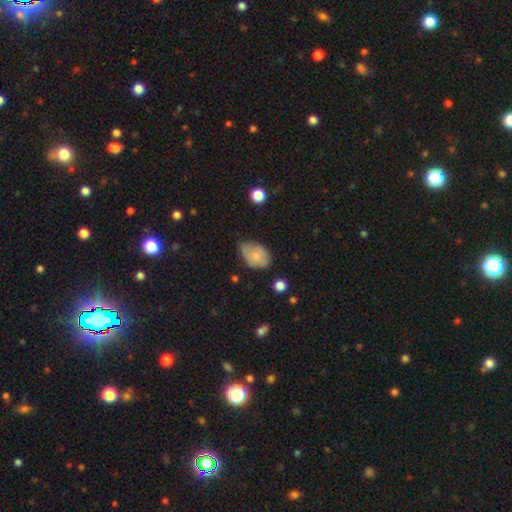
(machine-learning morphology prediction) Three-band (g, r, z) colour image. It shows a smooth galaxy with no disk features (71%) that is in between round and cigar-shaped (85%). Merging: none (43%, tied with minor disturbance).